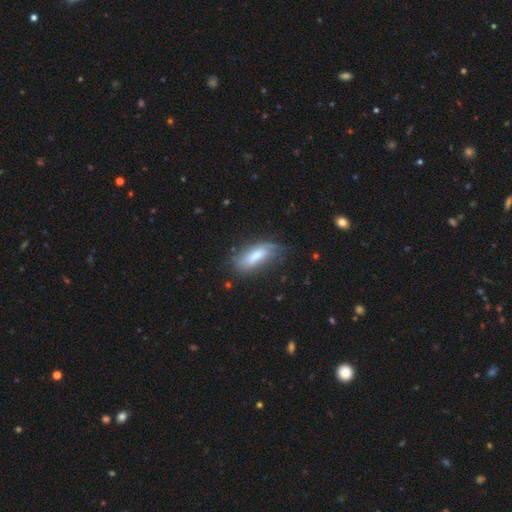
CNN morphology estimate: A smooth galaxy with no disk features (61%) that is in between round and cigar-shaped (74%). Merging: none (55%).